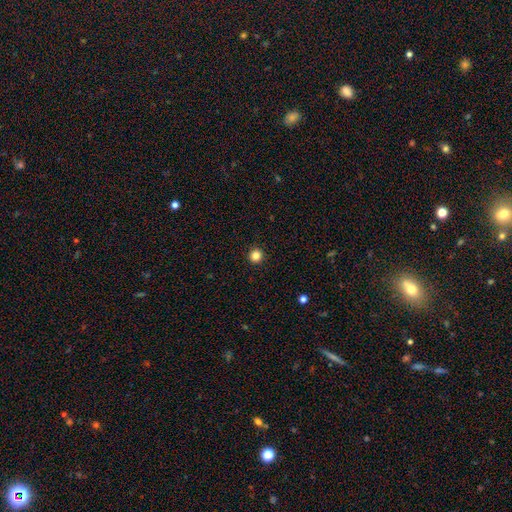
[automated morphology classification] smooth_or_featured: smooth (p=0.84) [alt: star or artifact p=0.12]
how_rounded: round (p=0.96) [alt: in between p=0.03]
merging: none (p=0.94) [alt: minor disturbance p=0.04]